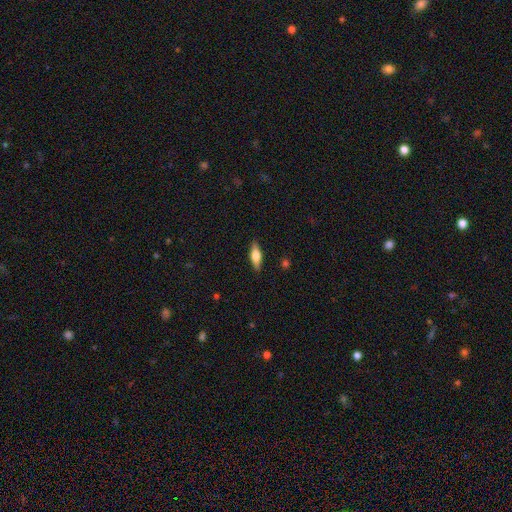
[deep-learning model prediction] smooth 55%, featured or disk 38%, star or artifact 6%. Down the decision tree: how rounded — in between (54%); merging — none (87%).